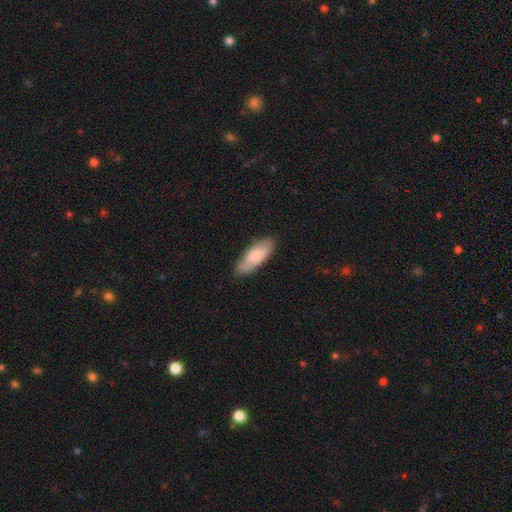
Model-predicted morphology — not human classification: Overall: smooth (75%). How rounded: in between (69%; cigar-shaped 29%). Merging: none (78%).